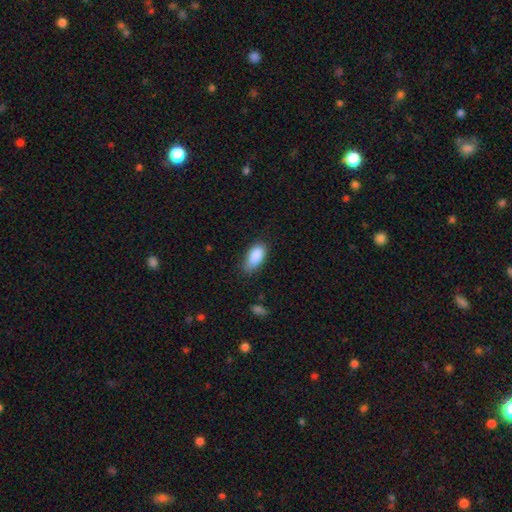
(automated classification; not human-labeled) smooth_or_featured: smooth (p=0.88) [alt: star or artifact p=0.07]
how_rounded: in between (p=0.91) [alt: cigar-shaped p=0.06]
merging: none (p=0.67) [alt: minor disturbance p=0.27]